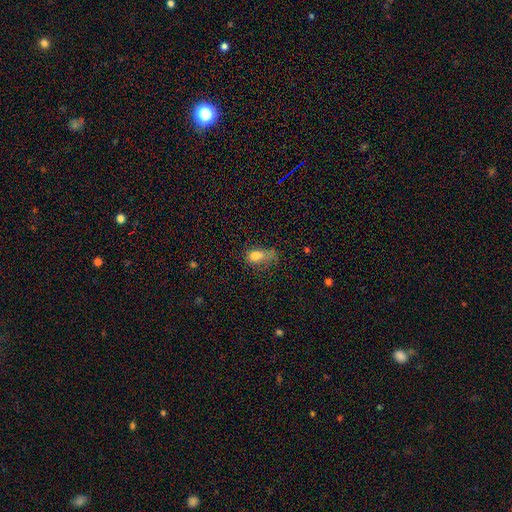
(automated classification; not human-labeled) Overall: smooth (71%). How rounded: in between (71%). Merging: major disturbance (37%; none 25%).